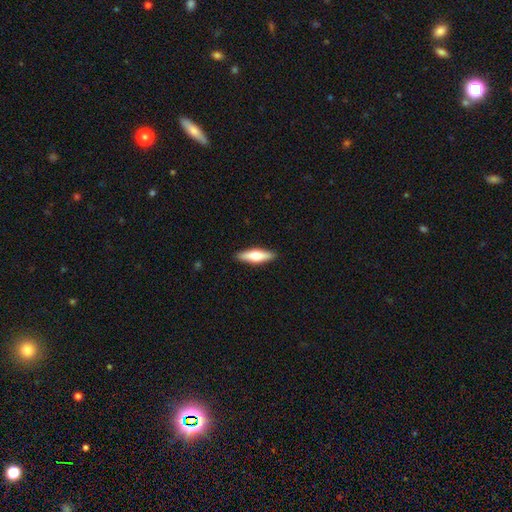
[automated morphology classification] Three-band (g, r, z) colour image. It shows a smooth galaxy with no disk features (55%) that is cigar-shaped (60%). Merging: none (90%).